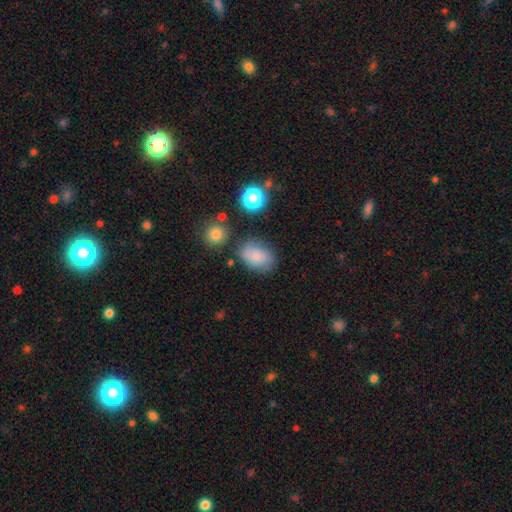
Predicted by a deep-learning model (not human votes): smooth 81%, star or artifact 10%, featured or disk 9%. Down the decision tree: how rounded — in between (79%); merging — none (72%).